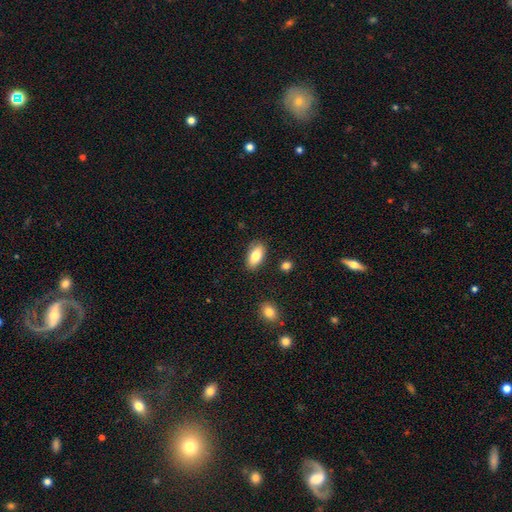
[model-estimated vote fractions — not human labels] Smooth or featured?
  - smooth: 80% *
  - featured or disk: 13%
  - star or artifact: 7%
How rounded?
  - in between: 91% *
  - cigar-shaped: 6%
  - round: 4%
Merging?
  - none: 85% *
  - minor disturbance: 11%
  - major disturbance: 2%
  - merger: 2%